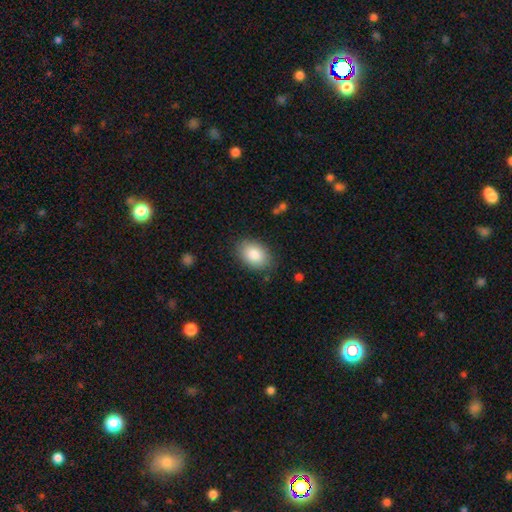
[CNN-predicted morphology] smooth 86%, featured or disk 8%, star or artifact 7%. Down the decision tree: how rounded — in between (84%); merging — none (83%).